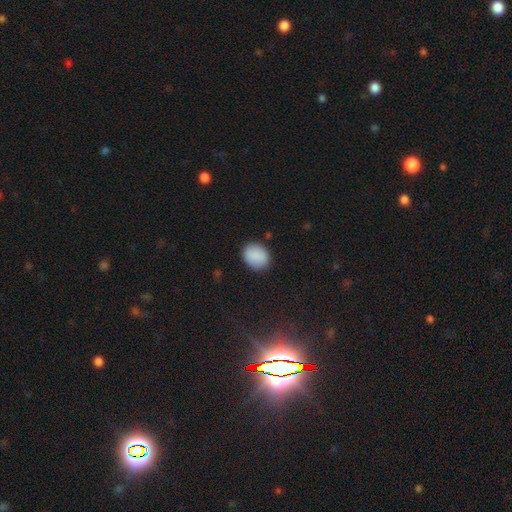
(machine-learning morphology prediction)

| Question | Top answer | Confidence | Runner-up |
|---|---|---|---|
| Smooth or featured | smooth | 89% | star or artifact (7%) |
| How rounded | in between | 50% | round (49%) |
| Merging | none | 86% | minor disturbance (11%) |